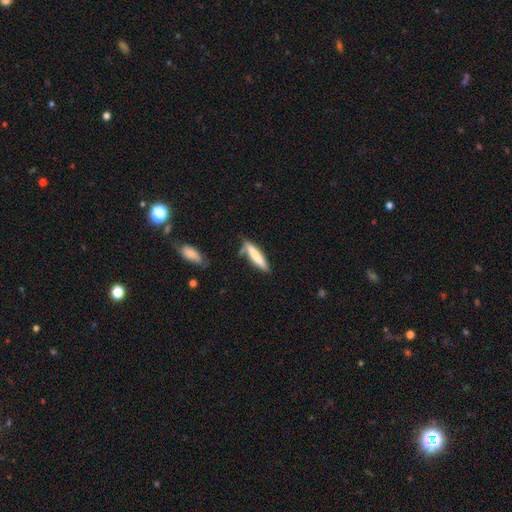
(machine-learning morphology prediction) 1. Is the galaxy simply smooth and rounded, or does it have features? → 76% smooth, 18% featured or disk, 6% star or artifact.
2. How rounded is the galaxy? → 85% cigar-shaped, 13% in between, 1% round.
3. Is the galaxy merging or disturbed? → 70% none, 20% minor disturbance, 6% merger, 4% major disturbance.